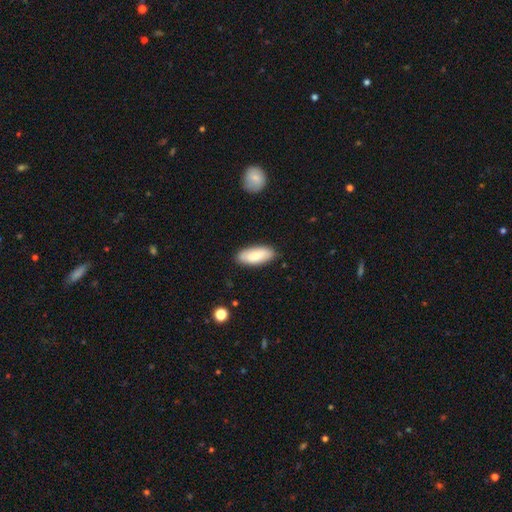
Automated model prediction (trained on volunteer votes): smooth 76%, featured or disk 19%, star or artifact 6%. Down the decision tree: how rounded — in between (83%); merging — none (85%).